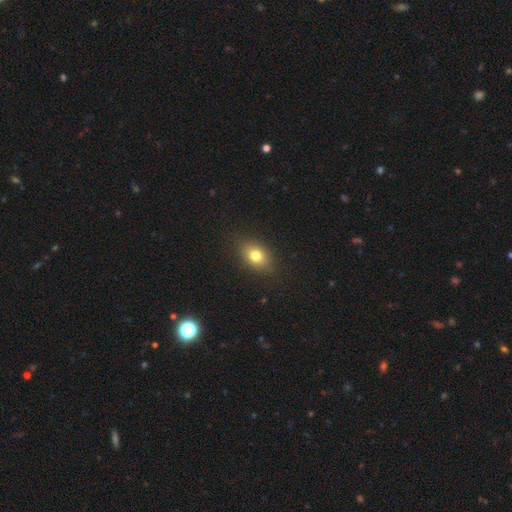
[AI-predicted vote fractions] A smooth galaxy with no disk features (76%) that is in between round and cigar-shaped (63%). Merging: none (84%).